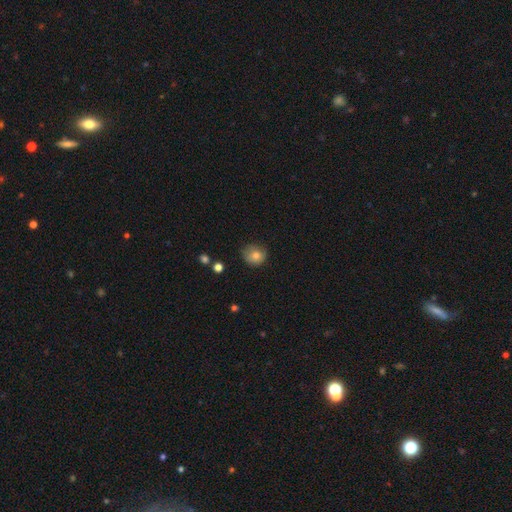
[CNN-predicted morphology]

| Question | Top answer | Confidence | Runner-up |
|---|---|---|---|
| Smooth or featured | smooth | 78% | featured or disk (11%) |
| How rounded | round | 83% | in between (16%) |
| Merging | none | 73% | minor disturbance (21%) |